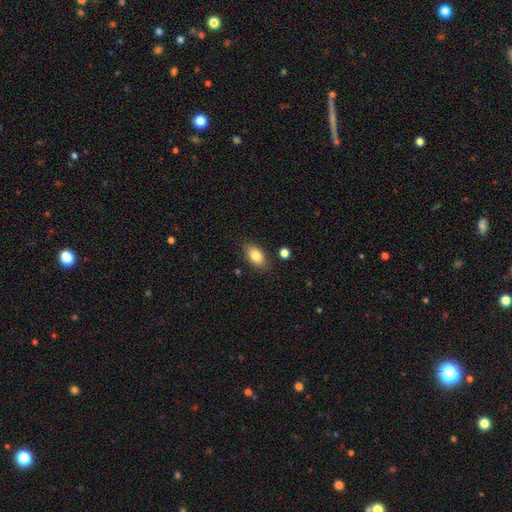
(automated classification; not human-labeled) smooth 83%, featured or disk 9%, star or artifact 8%. Down the decision tree: how rounded — in between (89%); merging — none (82%).